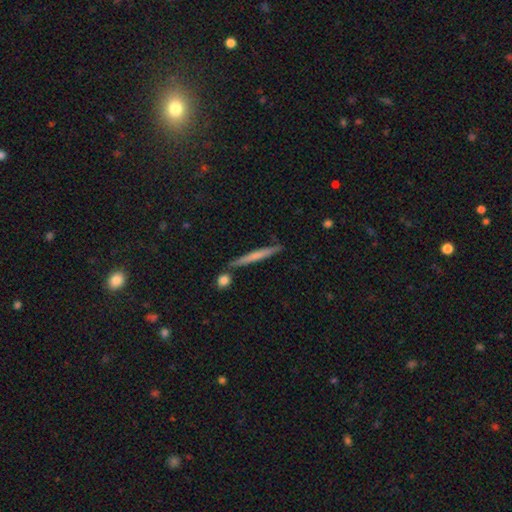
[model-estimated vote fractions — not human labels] smooth_or_featured: smooth (p=0.53) [alt: featured or disk p=0.41]
how_rounded: cigar-shaped (p=0.96) [alt: in between p=0.03]
merging: none (p=0.83) [alt: minor disturbance p=0.09]